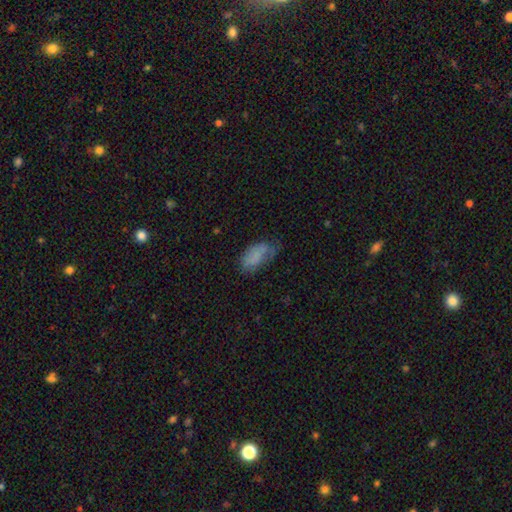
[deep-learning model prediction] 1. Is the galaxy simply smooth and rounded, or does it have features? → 74% smooth, 17% featured or disk, 10% star or artifact.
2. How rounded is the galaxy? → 91% in between, 6% cigar-shaped, 3% round.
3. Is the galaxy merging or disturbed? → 42% none, 35% minor disturbance, 20% major disturbance, 3% merger.